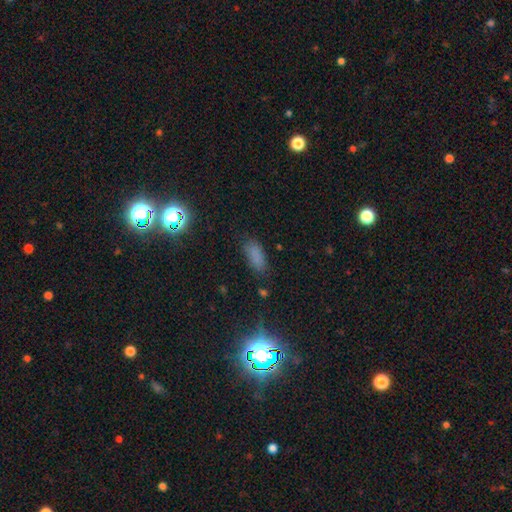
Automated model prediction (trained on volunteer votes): Smooth or featured?
  - smooth: 73% *
  - star or artifact: 21%
  - featured or disk: 6%
How rounded?
  - in between: 82% *
  - cigar-shaped: 14%
  - round: 4%
Merging?
  - none: 77% *
  - minor disturbance: 16%
  - major disturbance: 5%
  - merger: 2%